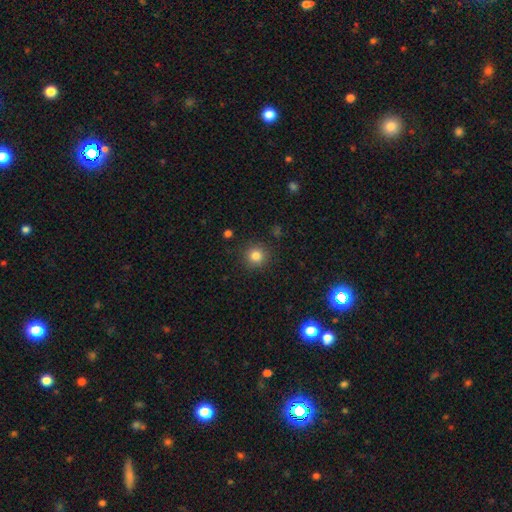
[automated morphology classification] Smooth or featured: smooth — 82% (star or artifact — 13%)
How rounded: round — 93% (in between — 6%)
Merging: none — 90% (minor disturbance — 7%)